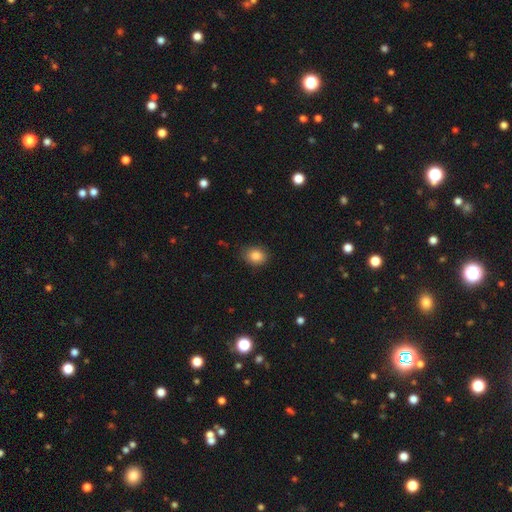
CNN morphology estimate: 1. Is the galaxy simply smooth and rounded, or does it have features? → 85% smooth, 9% star or artifact, 5% featured or disk.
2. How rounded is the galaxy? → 60% round, 39% in between, 1% cigar-shaped.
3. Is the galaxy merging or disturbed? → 82% none, 14% minor disturbance, 3% major disturbance, 1% merger.